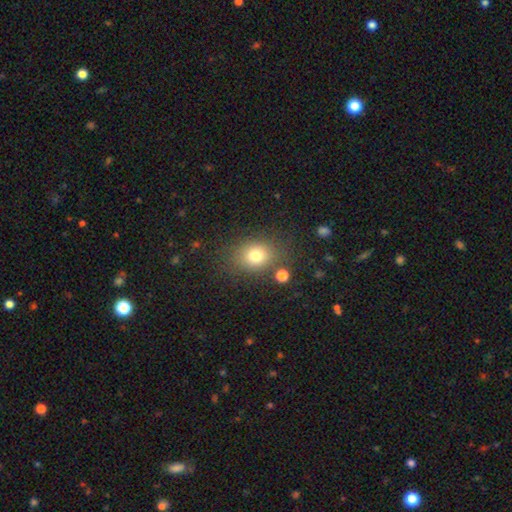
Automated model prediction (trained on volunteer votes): A smooth galaxy with no disk features (77%) that is round (58%). Merging: none (78%).